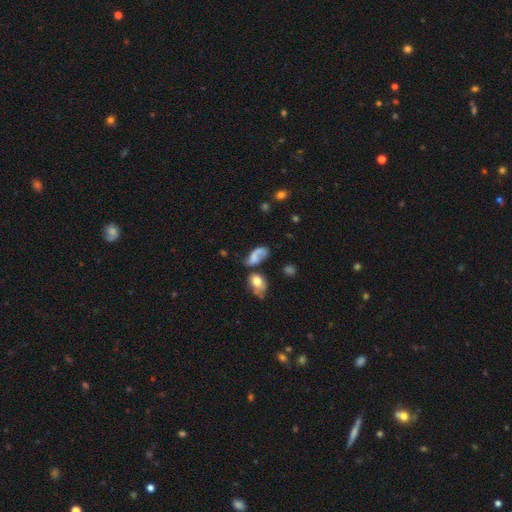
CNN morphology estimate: A smooth galaxy with no disk features (50%).

Vote fractions:
- Smooth or featured? smooth: 50% / featured or disk: 38% / star or artifact: 12%
- Merging? merger: 34% / none: 27% / major disturbance: 22% / minor disturbance: 17%